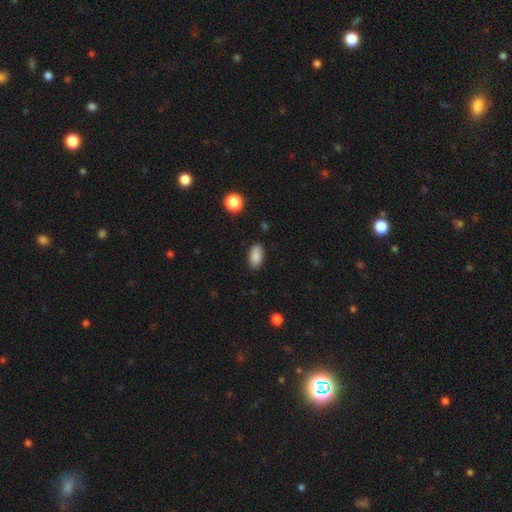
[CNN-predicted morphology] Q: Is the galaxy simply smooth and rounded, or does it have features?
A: smooth — 87%.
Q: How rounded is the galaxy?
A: in between — 92%.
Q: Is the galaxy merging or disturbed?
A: none — 85%.